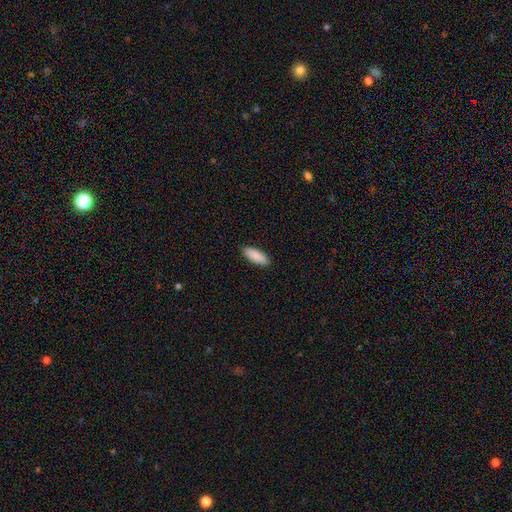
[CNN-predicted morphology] Smooth or featured?
  - smooth: 90% *
  - star or artifact: 6%
  - featured or disk: 5%
How rounded?
  - in between: 69% *
  - cigar-shaped: 29%
  - round: 2%
Merging?
  - none: 90% *
  - minor disturbance: 7%
  - major disturbance: 2%
  - merger: 1%